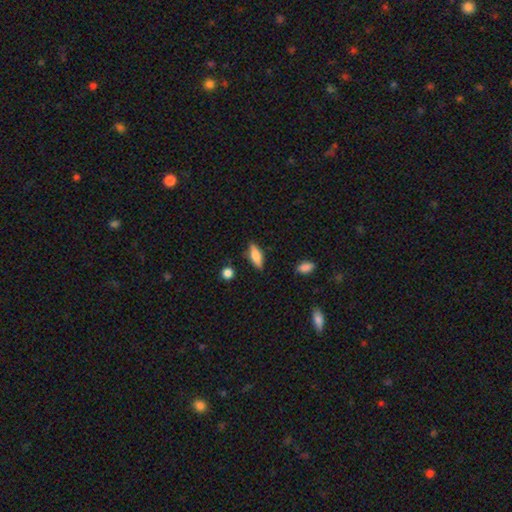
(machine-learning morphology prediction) Smooth or featured? smooth (71%)
How rounded? in between (60%)
Merging? none (83%)